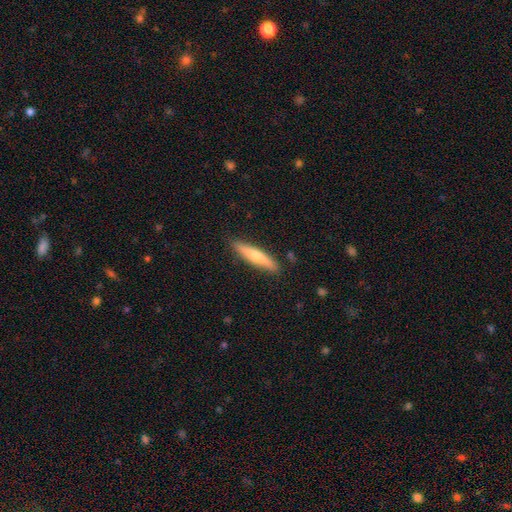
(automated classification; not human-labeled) This appears to be a smooth galaxy with no disk features (54%) that is cigar-shaped (88%). Merging: none (89%).